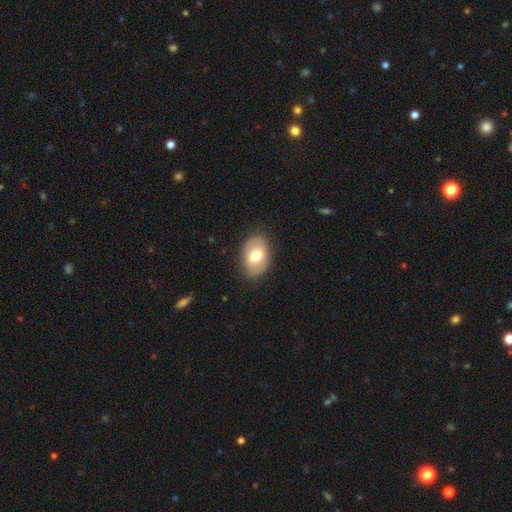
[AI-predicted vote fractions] Smooth or featured: smooth — 69% (featured or disk — 24%)
How rounded: in between — 84% (round — 15%)
Merging: none — 84% (minor disturbance — 12%)